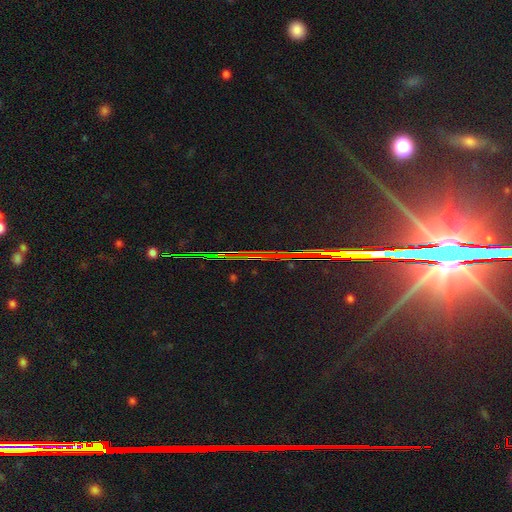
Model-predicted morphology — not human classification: smooth-or-featured: star or artifact: 83% | featured or disk: 10% | smooth: 7%